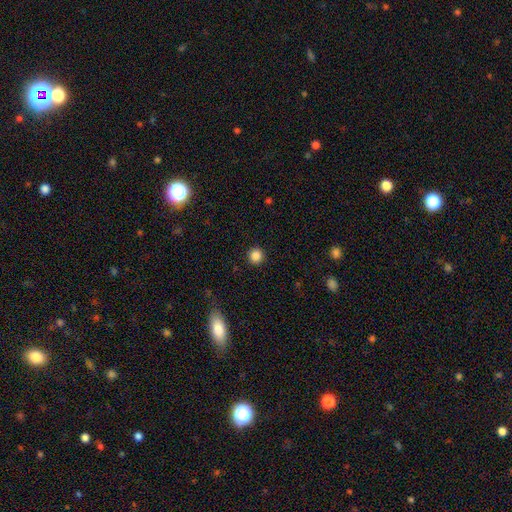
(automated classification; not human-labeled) Overall: smooth (86%). How rounded: round (95%). Merging: none (92%).